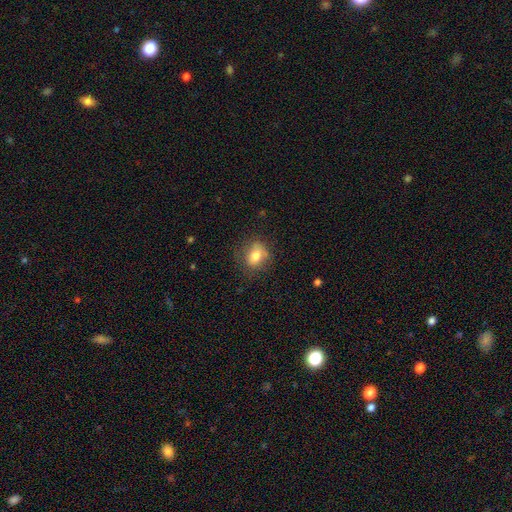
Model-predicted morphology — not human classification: Q: Smooth or featured?
A: smooth (76%); runner-up: featured or disk (14%)
Q: How rounded?
A: round (53%); runner-up: in between (46%)
Q: Merging?
A: none (70%); runner-up: minor disturbance (21%)